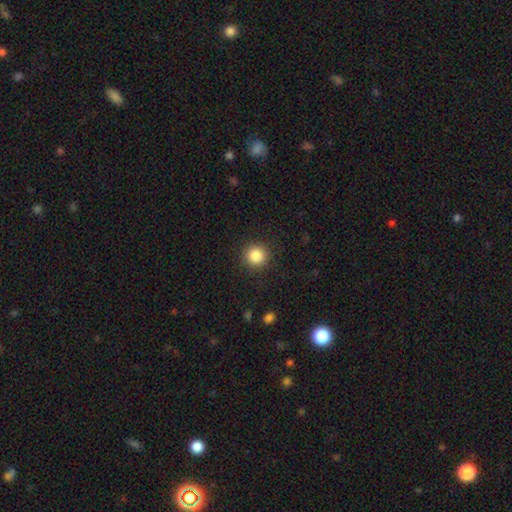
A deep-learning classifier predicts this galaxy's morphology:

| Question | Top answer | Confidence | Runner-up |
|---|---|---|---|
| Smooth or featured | smooth | 86% | star or artifact (10%) |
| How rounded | round | 93% | in between (6%) |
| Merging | none | 90% | minor disturbance (6%) |